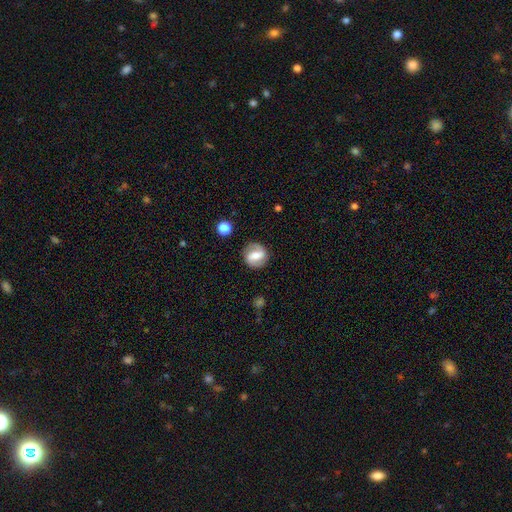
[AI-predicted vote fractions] Overall: featured or disk (73%). Edge-on disk: no (97%). Bar: strong (46%; weak 39%). Spiral arms: yes (90%). Spiral arm count: 2 (90%). Spiral winding: medium (46%; loose 27%). Bulge size: moderate (48%; small 26%). Merging: none (84%).